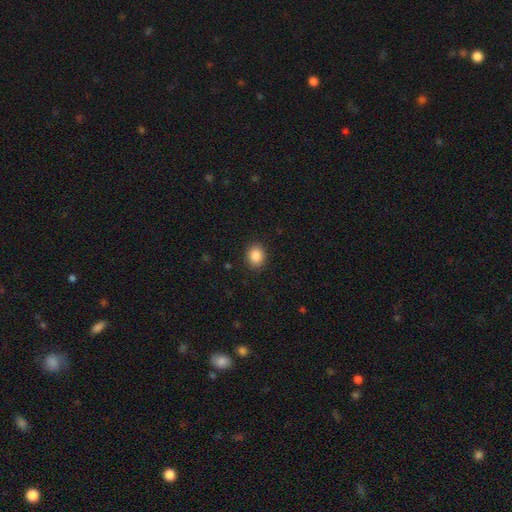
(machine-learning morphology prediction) The model was most divided on "how rounded": round: 65%, in between: 35%, cigar-shaped: 1%. More confident: merging — none (89%); smooth or featured — smooth (88%).